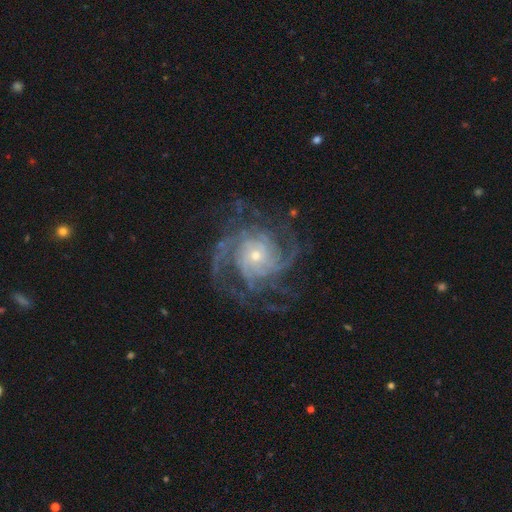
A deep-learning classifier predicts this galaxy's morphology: A featured or disk galaxy (90%) with no bar (74%), 4 (24%) tight (54%) spiral arms (98%) and a small central bulge (63%). Merging: none (70%).